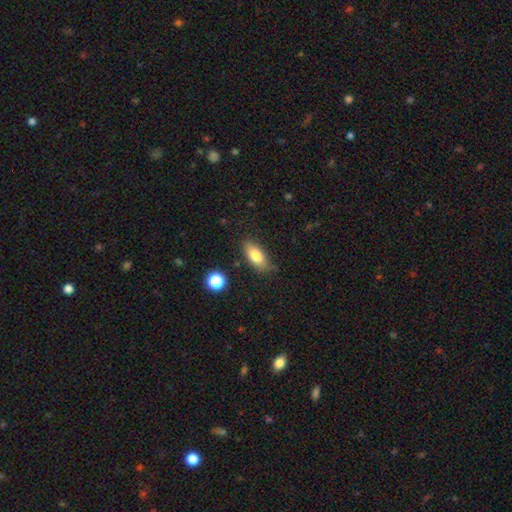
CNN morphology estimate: Q: Smooth or featured?
A: smooth (79%); runner-up: featured or disk (13%)
Q: How rounded?
A: in between (84%); runner-up: cigar-shaped (12%)
Q: Merging?
A: none (77%); runner-up: minor disturbance (17%)